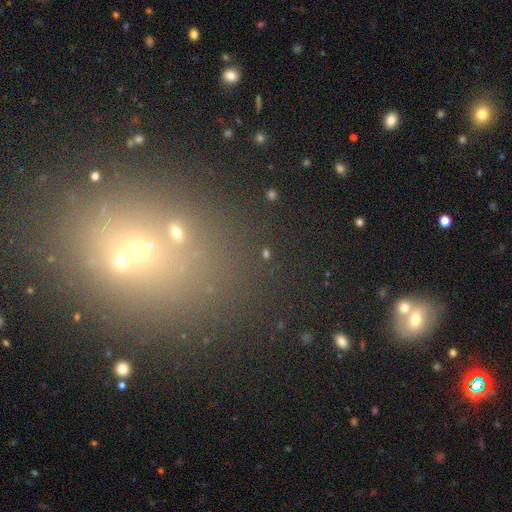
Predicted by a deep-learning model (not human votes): Morphology: type=star or artifact (47%).